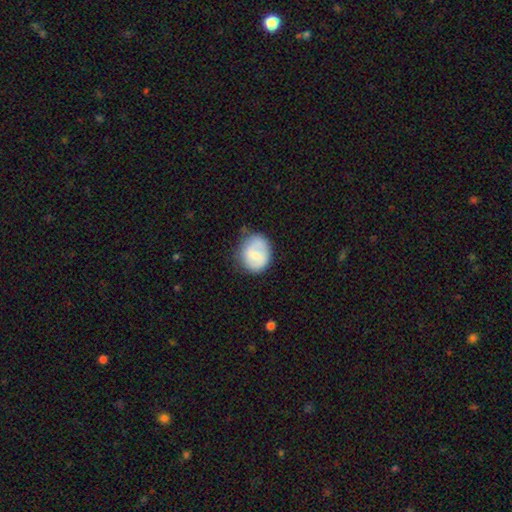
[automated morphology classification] smooth_or_featured: smooth (p=0.61) [alt: featured or disk p=0.32]
how_rounded: round (p=0.64) [alt: in between p=0.35]
merging: none (p=0.62) [alt: minor disturbance p=0.27]